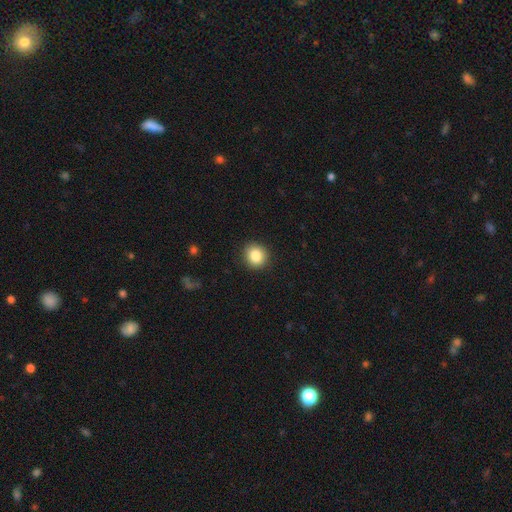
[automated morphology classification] Smooth or featured?
  - smooth: 85% *
  - star or artifact: 9%
  - featured or disk: 5%
How rounded?
  - round: 85% *
  - in between: 14%
  - cigar-shaped: 1%
Merging?
  - none: 91% *
  - minor disturbance: 7%
  - major disturbance: 2%
  - merger: 1%